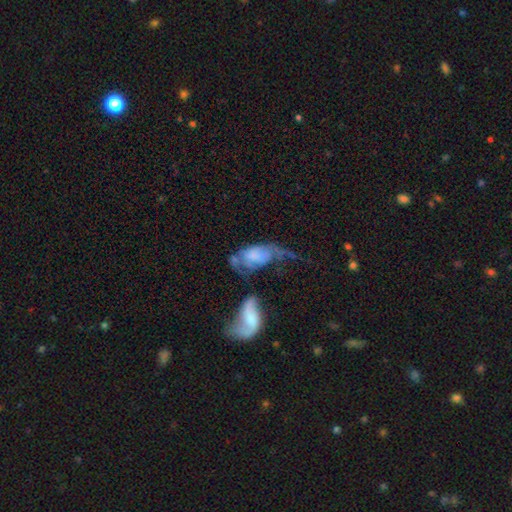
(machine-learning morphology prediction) smooth_or_featured: smooth (p=0.47) [alt: featured or disk p=0.45]
merging: major disturbance (p=0.35) [alt: merger p=0.34]